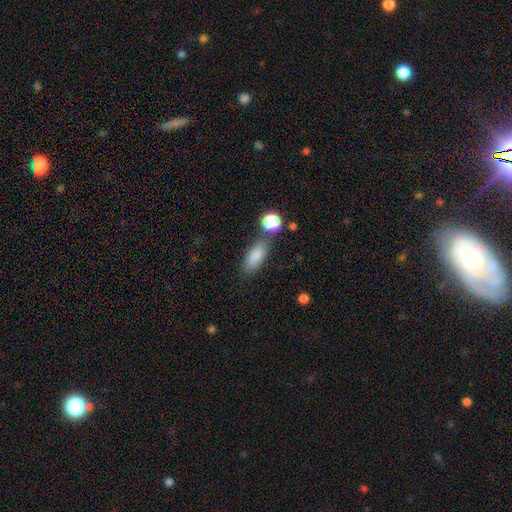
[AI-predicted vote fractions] The model was most divided on "how rounded": in between: 76%, cigar-shaped: 20%, round: 5%. More confident: smooth or featured — smooth (84%); merging — none (73%).